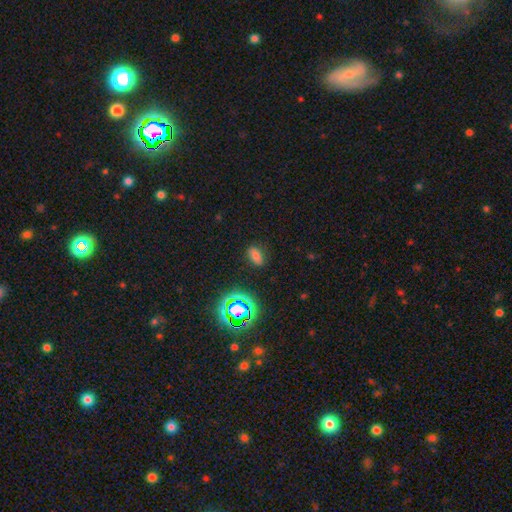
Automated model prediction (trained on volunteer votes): Smooth or featured? Predicted: smooth (p=0.64). How rounded? Predicted: in between (p=0.86). Merging? Predicted: none (p=0.84).